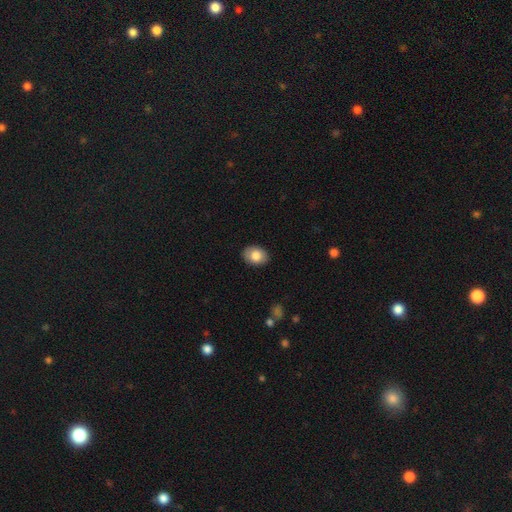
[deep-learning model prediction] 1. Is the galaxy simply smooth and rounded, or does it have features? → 82% smooth, 11% featured or disk, 7% star or artifact.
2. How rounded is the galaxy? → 70% in between, 29% round, 1% cigar-shaped.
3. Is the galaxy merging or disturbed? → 88% none, 9% minor disturbance, 2% major disturbance, 1% merger.